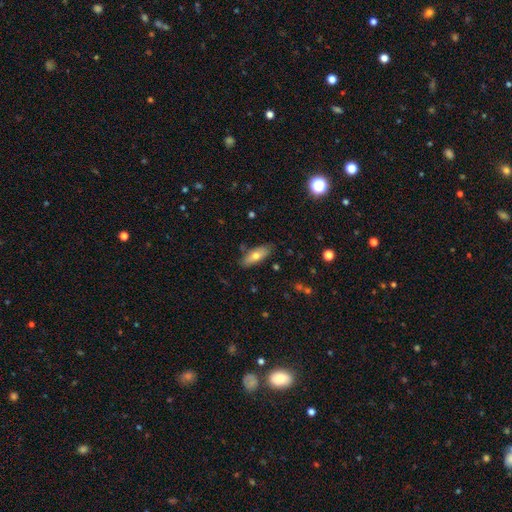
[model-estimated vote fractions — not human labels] smooth-or-featured: smooth: 64% | featured or disk: 29% | star or artifact: 7%
  how-rounded: in between: 64% | cigar-shaped: 33% | round: 3%
  merging: none: 82% | minor disturbance: 13% | major disturbance: 2% | merger: 2%